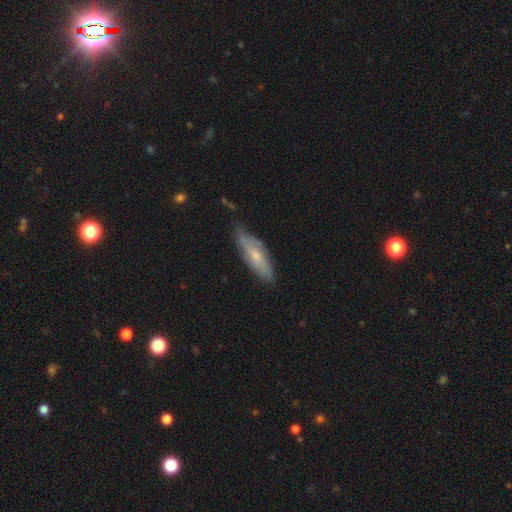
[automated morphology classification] smooth-or-featured: featured or disk: 47% | smooth: 46% | star or artifact: 6%
  merging: none: 59% | minor disturbance: 32% | major disturbance: 7% | merger: 2%